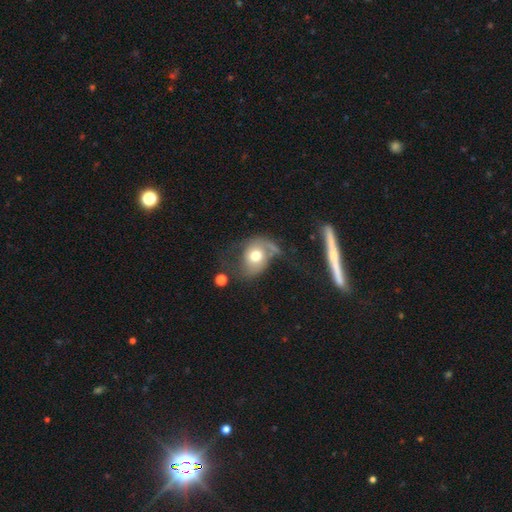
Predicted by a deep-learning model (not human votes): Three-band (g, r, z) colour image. It shows a smooth galaxy with no disk features (49%). Merging: major disturbance (35%).